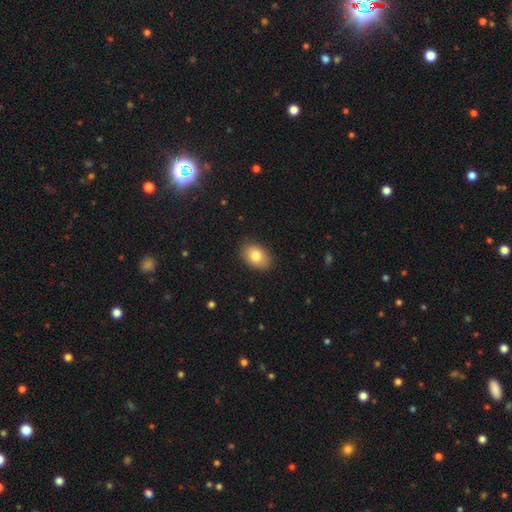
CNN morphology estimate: Smooth or featured?
  - smooth: 81% *
  - featured or disk: 11%
  - star or artifact: 7%
How rounded?
  - in between: 86% *
  - round: 13%
  - cigar-shaped: 1%
Merging?
  - none: 87% *
  - minor disturbance: 10%
  - major disturbance: 2%
  - merger: 1%